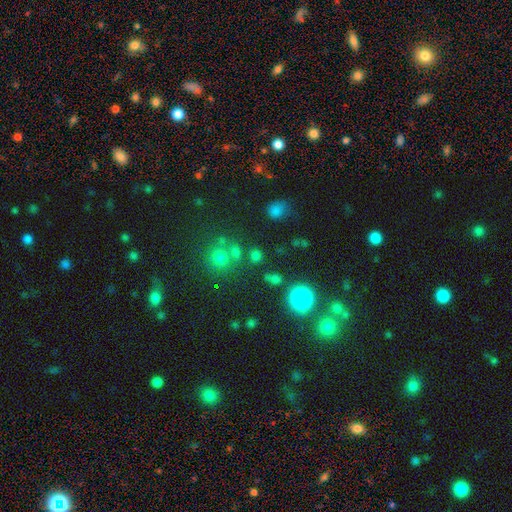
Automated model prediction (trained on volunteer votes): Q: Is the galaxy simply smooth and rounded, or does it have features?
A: smooth — 64%.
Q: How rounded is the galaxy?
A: round — 74%.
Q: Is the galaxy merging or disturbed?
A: none — 69%.